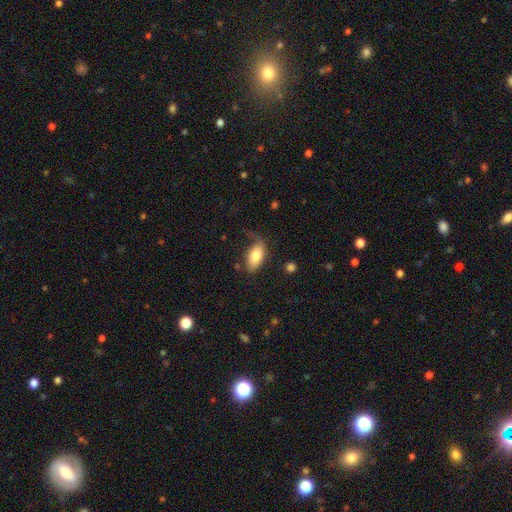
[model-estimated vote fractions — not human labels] Morphology: type=smooth (80%); roundness=in between (92%); merging=none (58%).